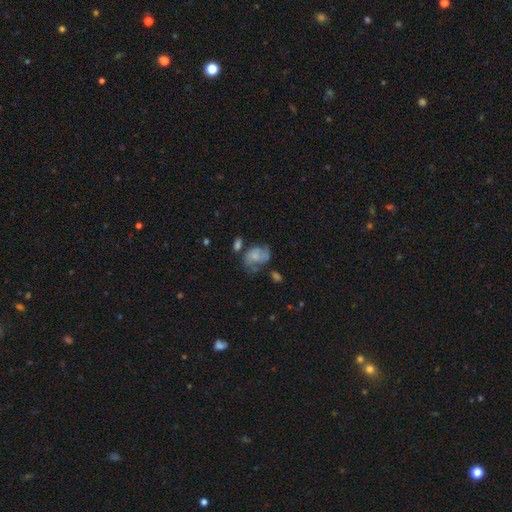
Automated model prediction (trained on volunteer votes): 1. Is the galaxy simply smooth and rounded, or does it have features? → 56% smooth, 35% featured or disk, 10% star or artifact.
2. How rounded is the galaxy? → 76% in between, 23% round, 1% cigar-shaped.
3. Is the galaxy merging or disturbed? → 34% none, 30% minor disturbance, 23% major disturbance, 12% merger.